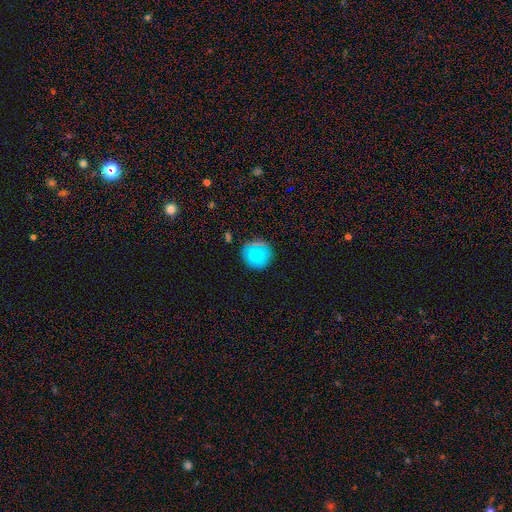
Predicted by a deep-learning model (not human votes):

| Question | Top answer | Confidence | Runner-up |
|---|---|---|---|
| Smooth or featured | smooth | 80% | featured or disk (10%) |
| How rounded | round | 88% | in between (11%) |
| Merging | none | 74% | minor disturbance (16%) |